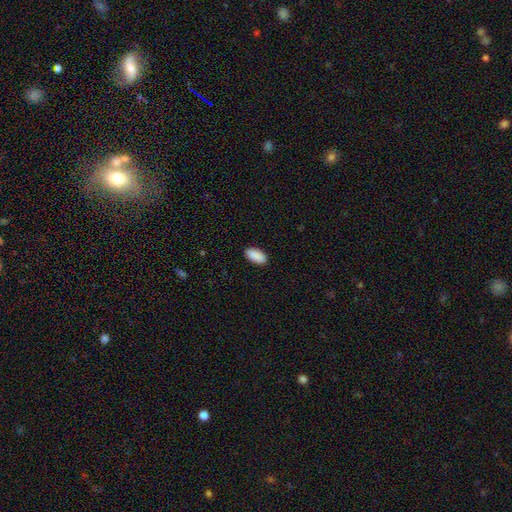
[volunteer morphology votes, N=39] Volunteers were most divided on "smooth or featured": smooth: 90%, star or artifact: 10%, featured or disk: 0%. More confident: merging — none (97%); how rounded — in between (94%).